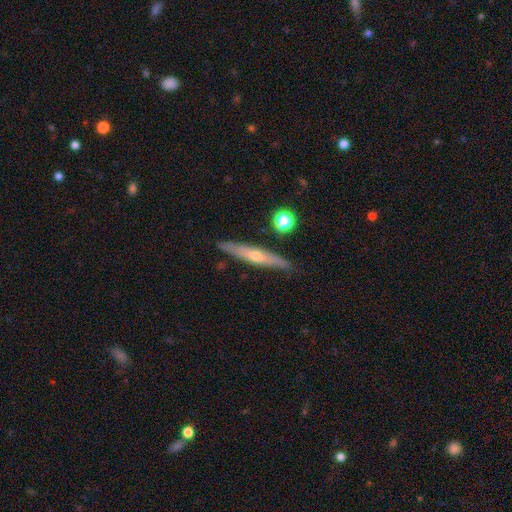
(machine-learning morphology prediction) Q: Smooth or featured?
A: featured or disk (56%); runner-up: smooth (37%)
Q: Edge-on disk?
A: yes (90%); runner-up: no (10%)
Q: Edge-on bulge?
A: rounded (76%); runner-up: none (21%)
Q: Merging?
A: none (86%); runner-up: minor disturbance (10%)